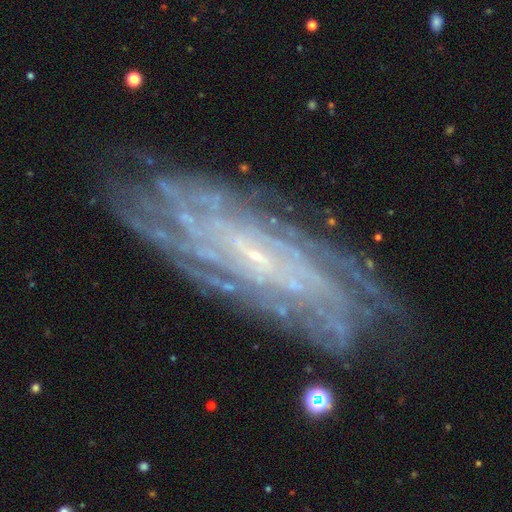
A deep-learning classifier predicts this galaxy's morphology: type=featured or disk (84%); edge-on=no (87%); bar=no (52%); spiral arms=yes (95%); winding=tight (74%); arm count=can't tell (40%); bulge=small (82%); merging=none (80%).